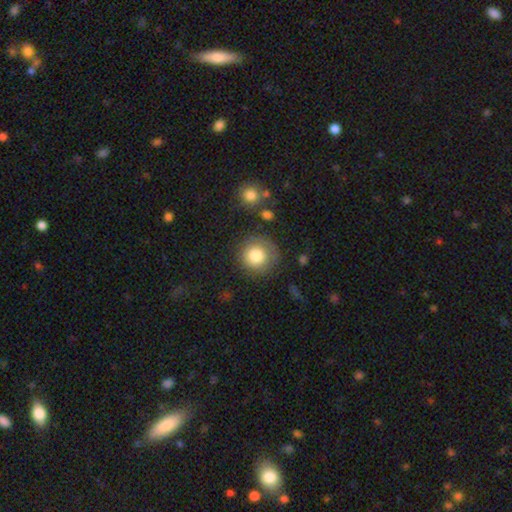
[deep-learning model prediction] Morphology: type=smooth (81%); roundness=round (93%); merging=none (77%).